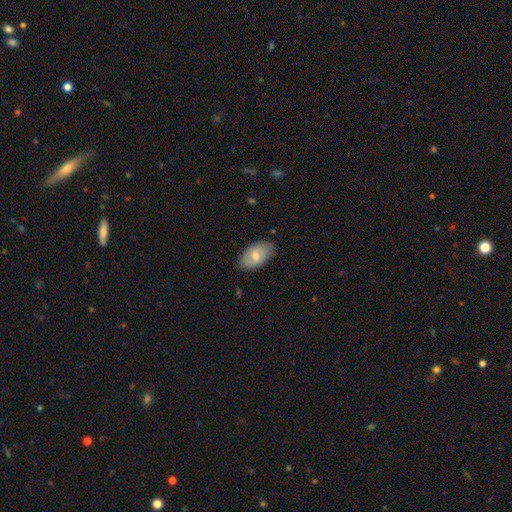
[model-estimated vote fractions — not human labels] Morphology: type=smooth (69%); roundness=in between (94%); merging=none (77%).